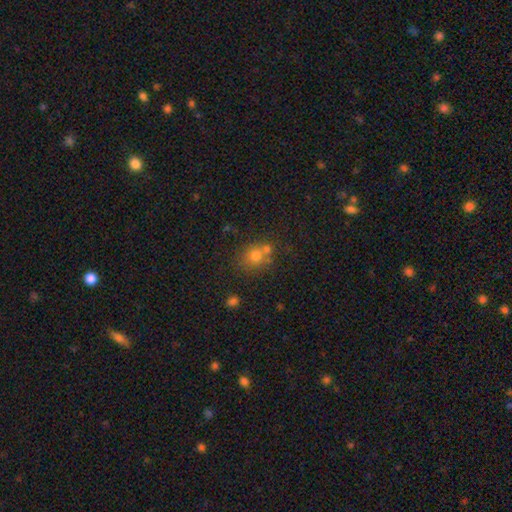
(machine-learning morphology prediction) The model was most divided on "merging": none: 54%, merger: 30%, minor disturbance: 11%, major disturbance: 4%. More confident: how rounded — round (78%); smooth or featured — smooth (73%).